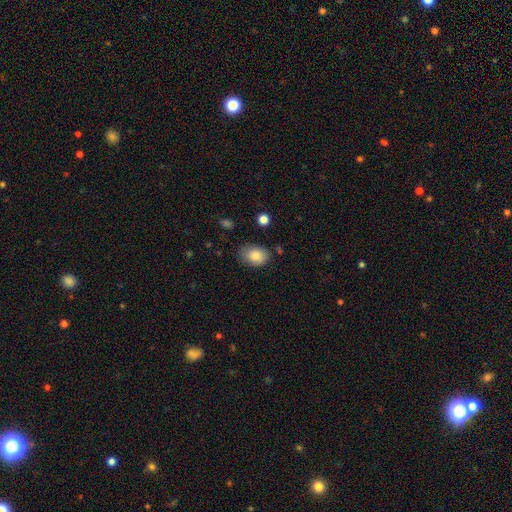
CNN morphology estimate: smooth 85%, star or artifact 8%, featured or disk 7%. Down the decision tree: how rounded — in between (76%); merging — none (71%).